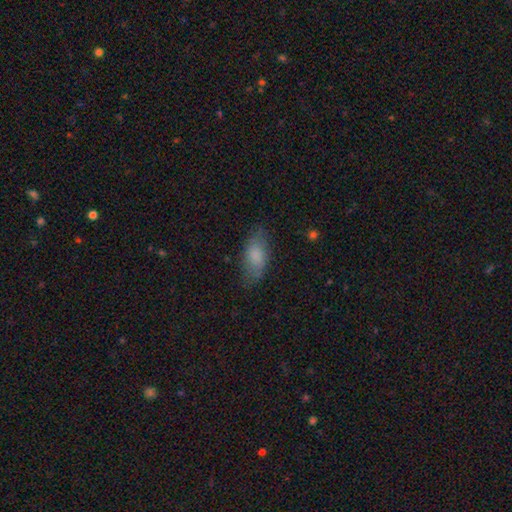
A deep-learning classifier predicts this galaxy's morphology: smooth_or_featured: smooth (p=0.79) [alt: featured or disk p=0.13]
how_rounded: in between (p=0.84) [alt: cigar-shaped p=0.13]
merging: none (p=0.74) [alt: minor disturbance p=0.19]